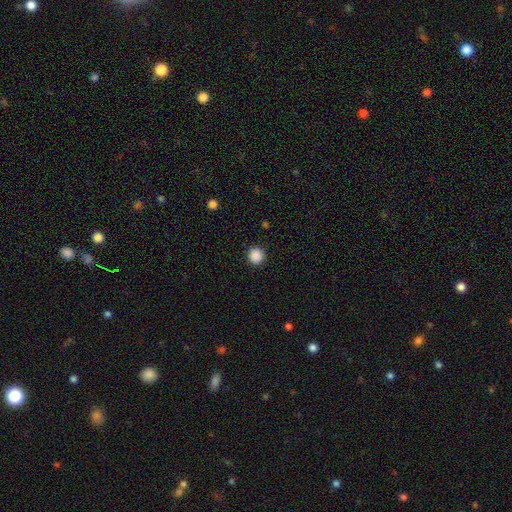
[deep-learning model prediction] Q: Smooth or featured?
A: smooth (88%); runner-up: star or artifact (10%)
Q: How rounded?
A: round (95%); runner-up: in between (4%)
Q: Merging?
A: none (92%); runner-up: minor disturbance (5%)